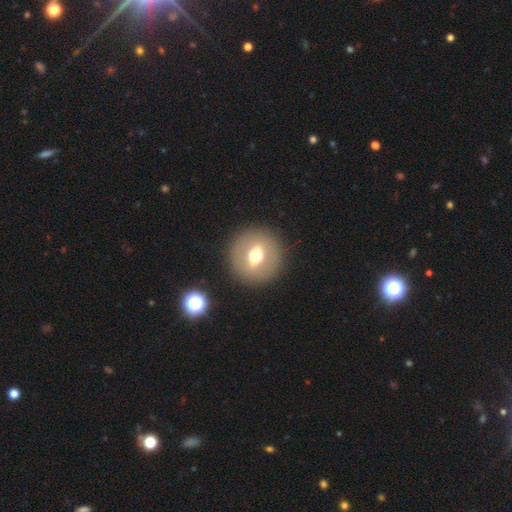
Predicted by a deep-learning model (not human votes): This appears to be a smooth galaxy with no disk features (46%). Merging: none (89%).